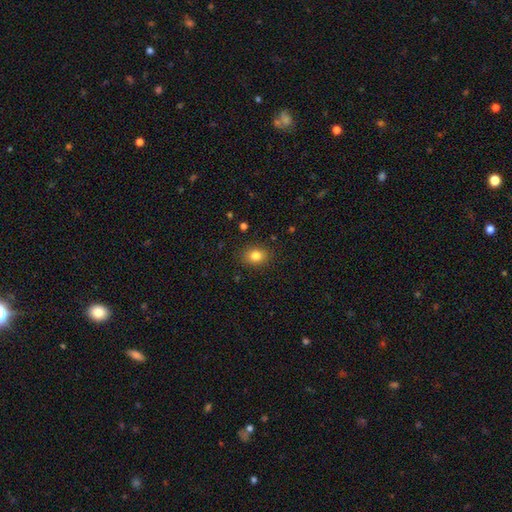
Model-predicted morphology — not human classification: Smooth or featured: smooth — 82% (star or artifact — 11%)
How rounded: in between — 55% (round — 44%)
Merging: none — 88% (minor disturbance — 9%)